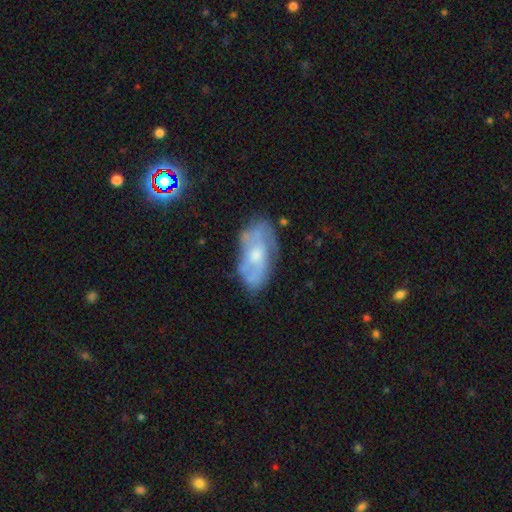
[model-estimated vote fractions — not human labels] featured or disk 63%, smooth 29%, star or artifact 8%. Down the decision tree: edge-on disk — no (92%); bar — no (72%); spiral arms — yes (64%); bulge size — moderate (51%); merging — none (66%).